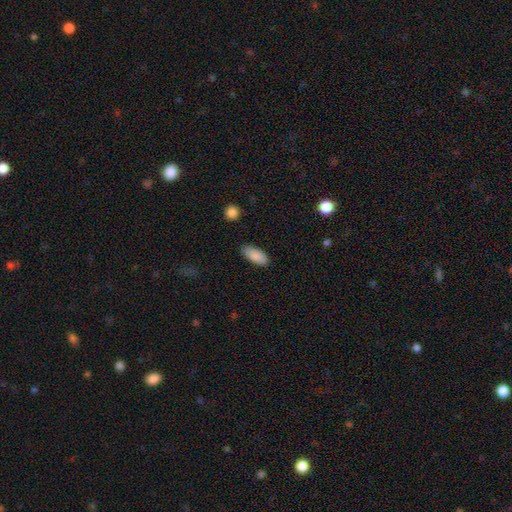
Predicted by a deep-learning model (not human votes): The model was most divided on "merging": none: 86%, minor disturbance: 11%, major disturbance: 2%, merger: 1%. More confident: smooth or featured — smooth (89%); how rounded — in between (87%).